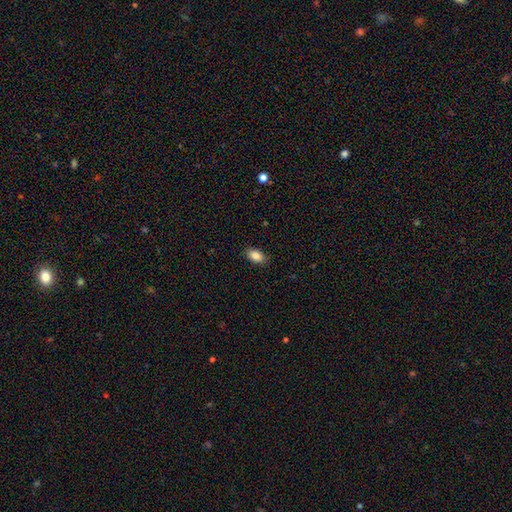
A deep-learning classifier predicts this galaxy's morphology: type=smooth (87%); roundness=in between (91%); merging=none (88%).